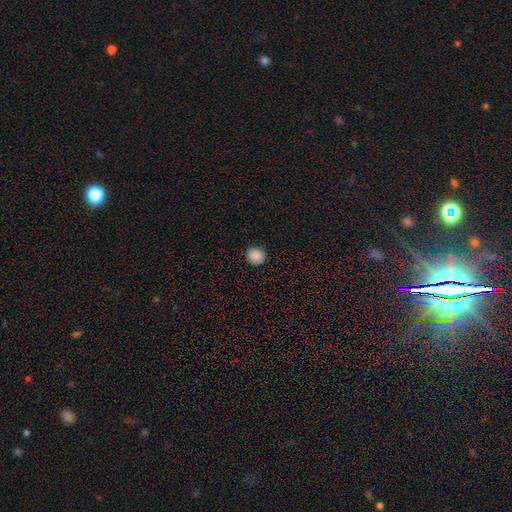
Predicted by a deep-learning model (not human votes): smooth 87%, star or artifact 10%, featured or disk 3%. Down the decision tree: how rounded — round (89%); merging — none (90%).